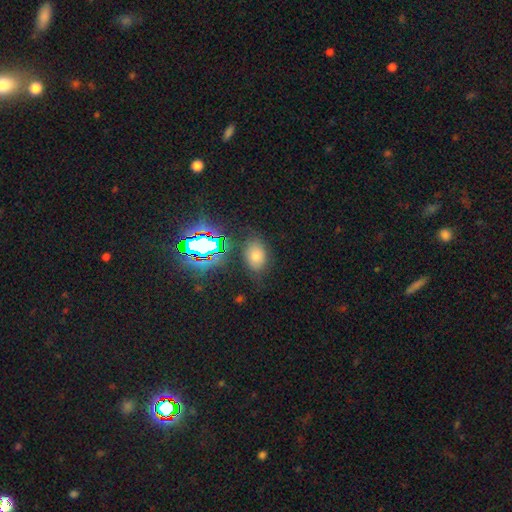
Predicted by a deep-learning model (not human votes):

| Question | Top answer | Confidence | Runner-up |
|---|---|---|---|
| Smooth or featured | smooth | 60% | star or artifact (30%) |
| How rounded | in between | 82% | round (16%) |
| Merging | none | 79% | minor disturbance (14%) |